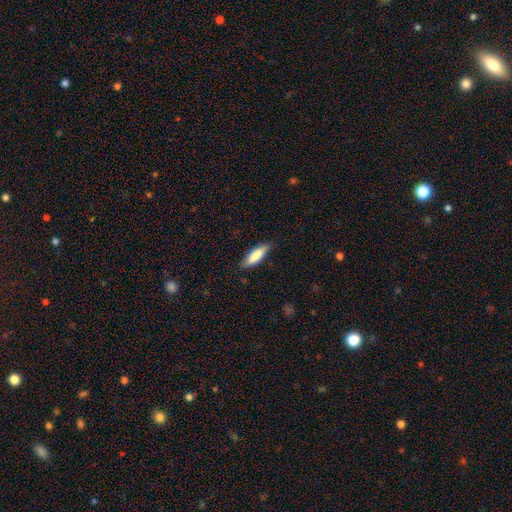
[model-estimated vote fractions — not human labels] Smooth or featured? Predicted: smooth (p=0.80). How rounded? Predicted: in between (p=0.54). Merging? Predicted: none (p=0.79).